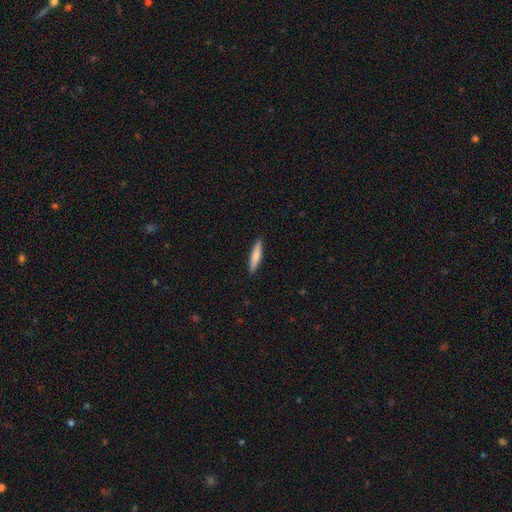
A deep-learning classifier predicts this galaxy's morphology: Smooth or featured?
  - smooth: 77% *
  - featured or disk: 18%
  - star or artifact: 5%
How rounded?
  - cigar-shaped: 87% *
  - in between: 11%
  - round: 1%
Merging?
  - none: 91% *
  - minor disturbance: 6%
  - major disturbance: 2%
  - merger: 1%